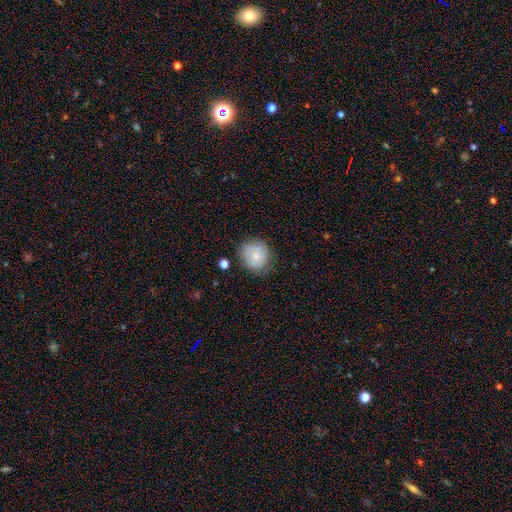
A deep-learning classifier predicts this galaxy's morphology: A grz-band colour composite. It shows a smooth galaxy with no disk features (60%) that is round (82%). Merging: none (70%).